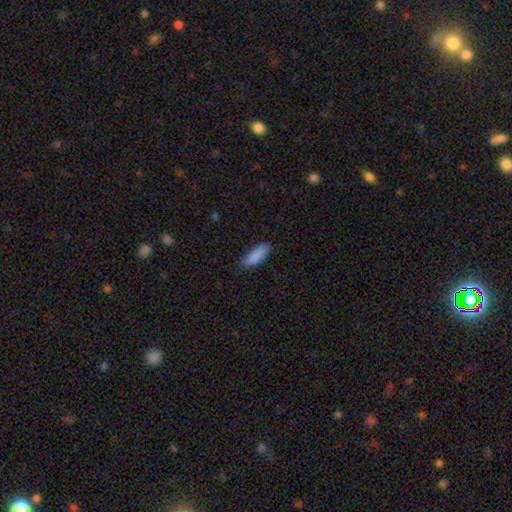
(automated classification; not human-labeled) Smooth or featured?
  - smooth: 88% *
  - star or artifact: 6%
  - featured or disk: 5%
How rounded?
  - in between: 63% *
  - cigar-shaped: 36%
  - round: 2%
Merging?
  - none: 83% *
  - minor disturbance: 14%
  - major disturbance: 2%
  - merger: 1%